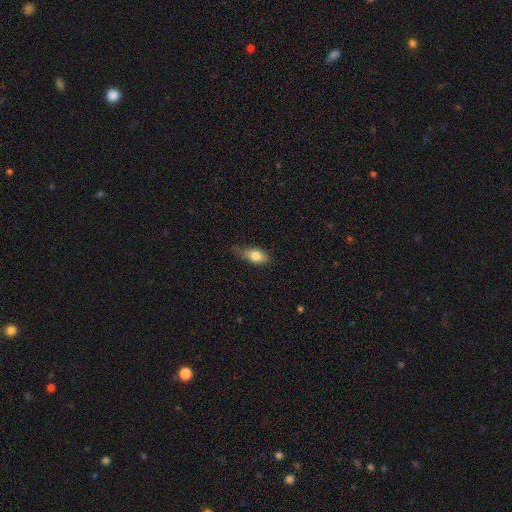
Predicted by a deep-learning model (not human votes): This appears to be a smooth galaxy with no disk features (81%) that is in between round and cigar-shaped (86%). Merging: none (58%).